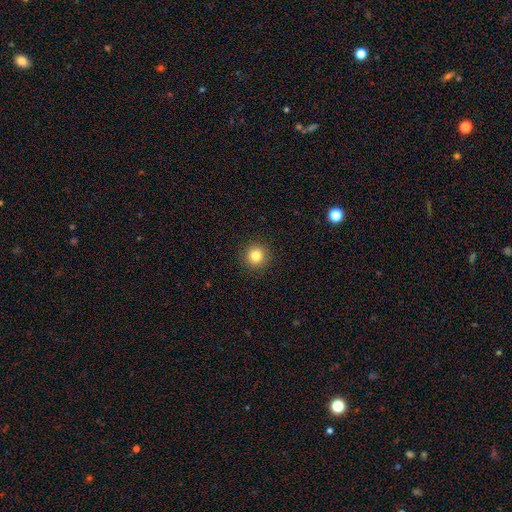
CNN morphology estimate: Smooth or featured? smooth (82%)
How rounded? round (95%)
Merging? none (92%)